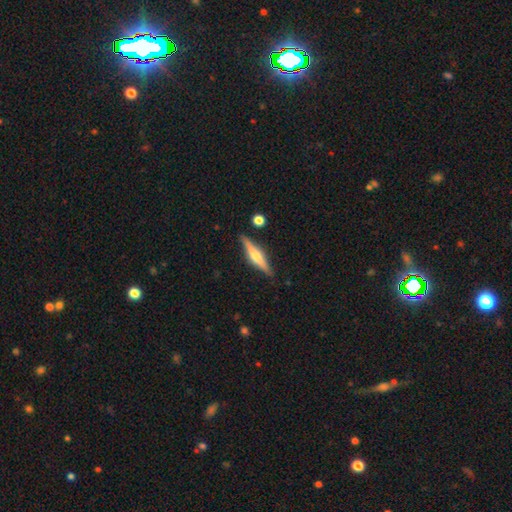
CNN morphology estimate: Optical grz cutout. It shows a featured or disk galaxy (63%) viewed edge-on (97%) with a rounded central bulge (77%). Merging: none (86%).